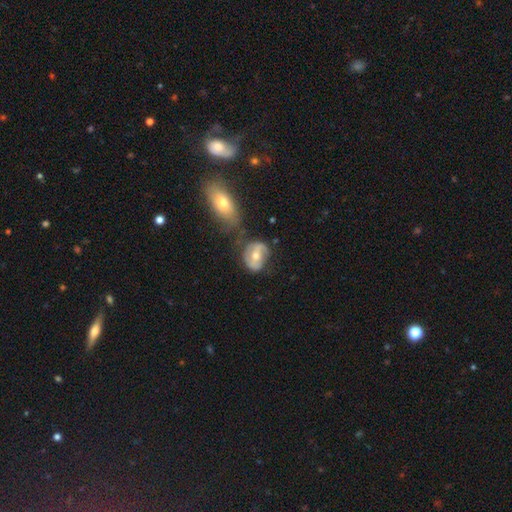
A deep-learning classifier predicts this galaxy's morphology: type=featured or disk (57%); edge-on=no (95%); bar=weak (37%); spiral arms=yes (62%); bulge=moderate (70%); merging=none (52%).